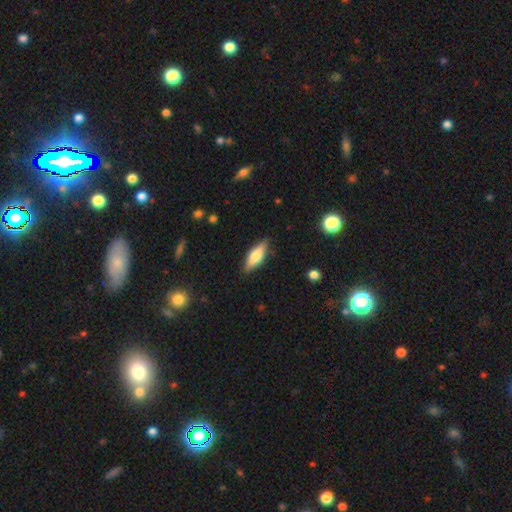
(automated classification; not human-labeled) A smooth galaxy with no disk features (56%) that is in between round and cigar-shaped (53%). Merging: none (86%).